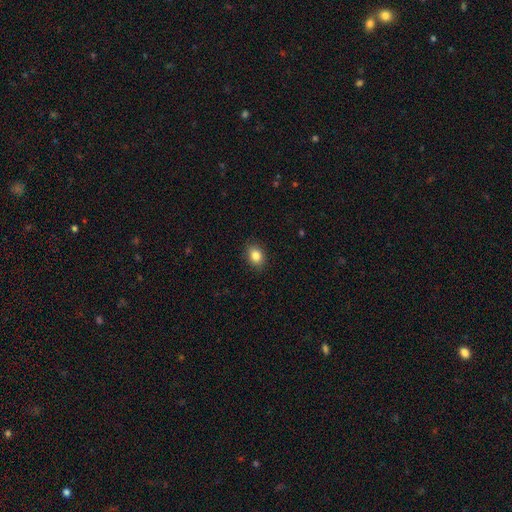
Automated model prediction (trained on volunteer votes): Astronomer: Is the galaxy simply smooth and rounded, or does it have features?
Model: smooth — 85%.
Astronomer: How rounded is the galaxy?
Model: in between — 65%.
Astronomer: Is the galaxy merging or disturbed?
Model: none — 89%.